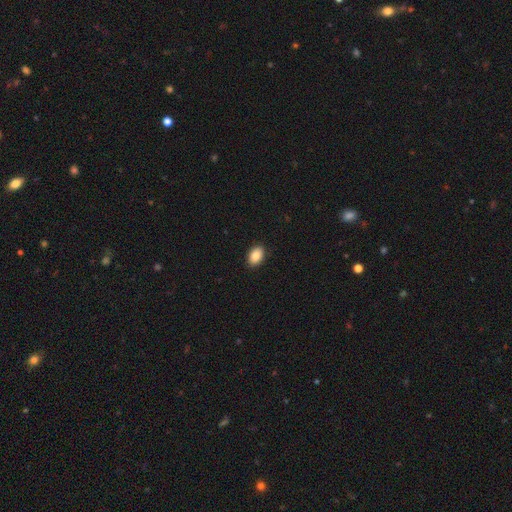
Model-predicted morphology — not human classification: Smooth or featured?
  - smooth: 88% *
  - star or artifact: 7%
  - featured or disk: 4%
How rounded?
  - in between: 87% *
  - round: 12%
  - cigar-shaped: 1%
Merging?
  - none: 90% *
  - minor disturbance: 7%
  - major disturbance: 2%
  - merger: 1%